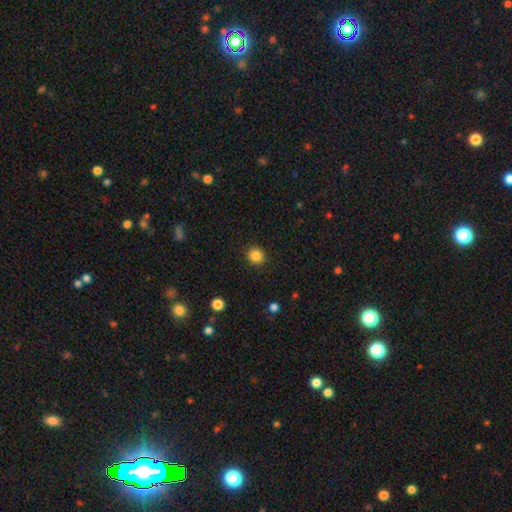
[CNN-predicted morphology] A smooth galaxy with no disk features (85%) that is round (83%). Merging: none (91%).